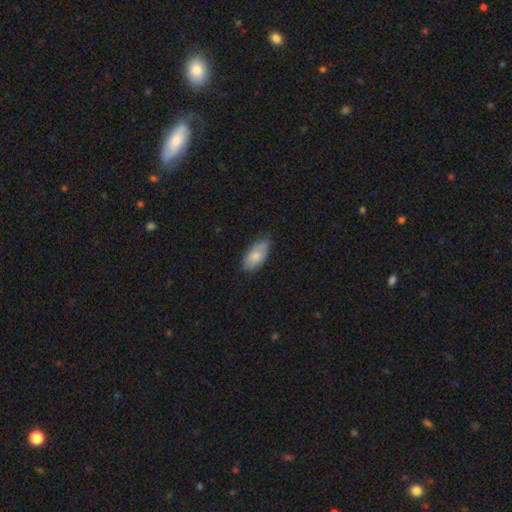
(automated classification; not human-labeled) A smooth galaxy with no disk features (78%) that is in between round and cigar-shaped (93%). Merging: none (73%).